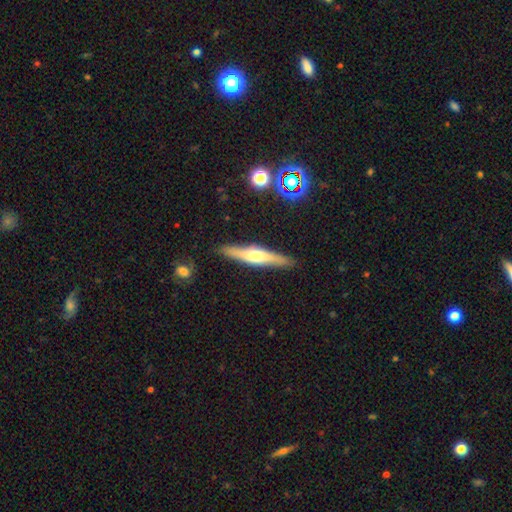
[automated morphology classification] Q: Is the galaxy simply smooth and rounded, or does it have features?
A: featured or disk — 59%.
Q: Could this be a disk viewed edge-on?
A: yes — 94%.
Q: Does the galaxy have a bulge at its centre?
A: rounded — 86%.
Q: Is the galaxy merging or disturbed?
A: none — 89%.